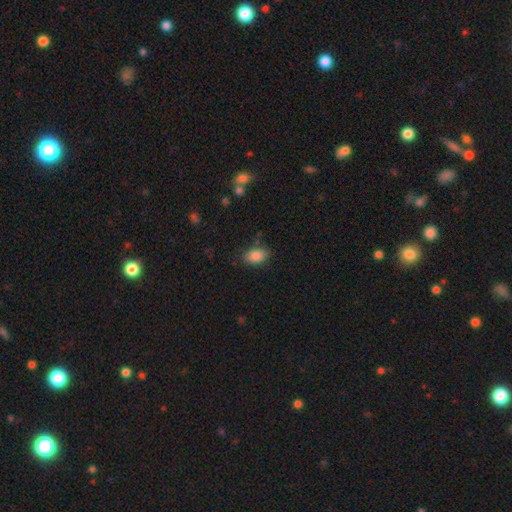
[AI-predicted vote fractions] A smooth galaxy with no disk features (86%) that is in between round and cigar-shaped (87%).

Vote fractions:
- Smooth or featured? smooth: 86% / star or artifact: 8% / featured or disk: 6%
- How rounded? in between: 87% / round: 11% / cigar-shaped: 2%
- Merging? none: 79% / minor disturbance: 15% / major disturbance: 4% / merger: 2%